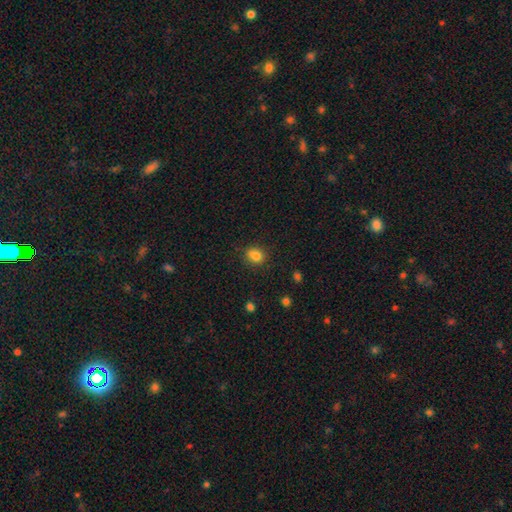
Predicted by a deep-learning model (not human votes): Smooth or featured: smooth — 80% (star or artifact — 12%)
How rounded: round — 61% (in between — 38%)
Merging: none — 70% (minor disturbance — 18%)